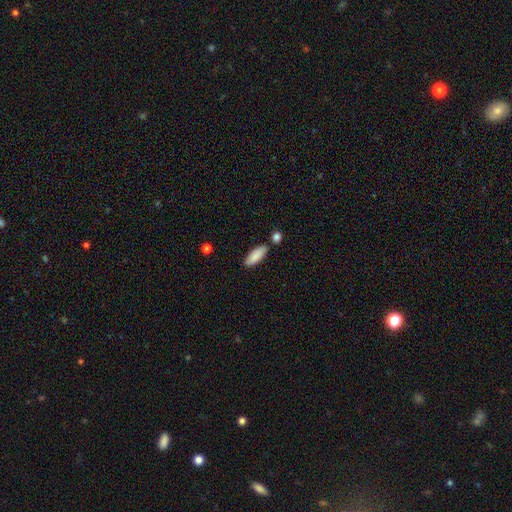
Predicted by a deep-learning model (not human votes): smooth 87%, featured or disk 7%, star or artifact 6%. Down the decision tree: how rounded — in between (69%); merging — none (79%).